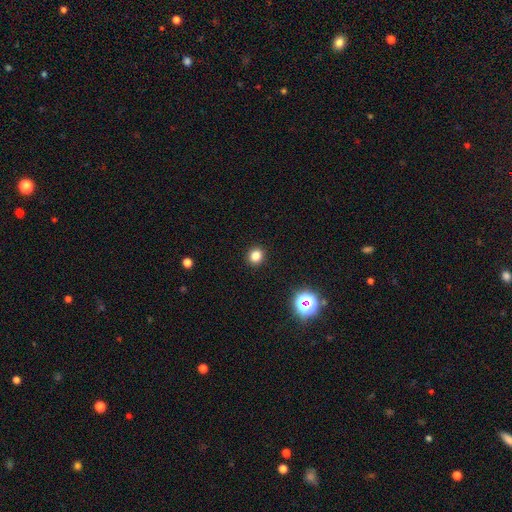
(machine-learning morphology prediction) Q: Smooth or featured?
A: smooth (82%); runner-up: star or artifact (14%)
Q: How rounded?
A: round (86%); runner-up: in between (13%)
Q: Merging?
A: none (93%); runner-up: minor disturbance (5%)